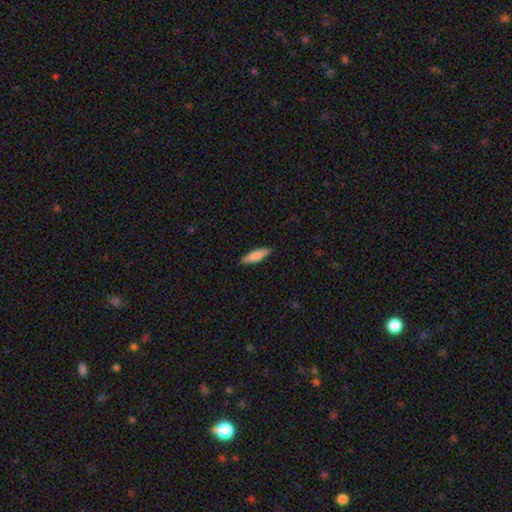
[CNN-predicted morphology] Overall: smooth (79%). How rounded: cigar-shaped (64%; in between 34%). Merging: none (89%).